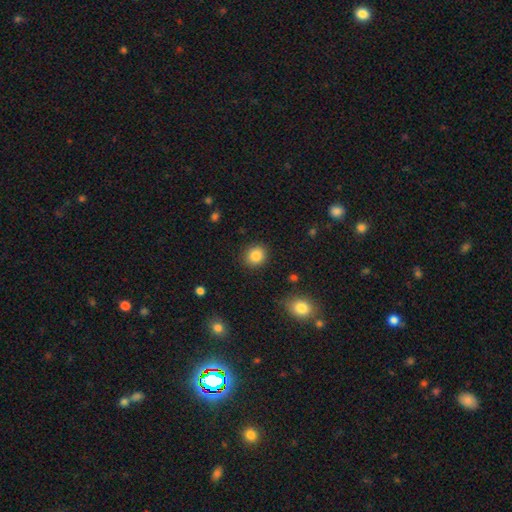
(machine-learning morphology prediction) Smooth or featured? Predicted: smooth (p=0.85). How rounded? Predicted: round (p=0.78). Merging? Predicted: none (p=0.89).